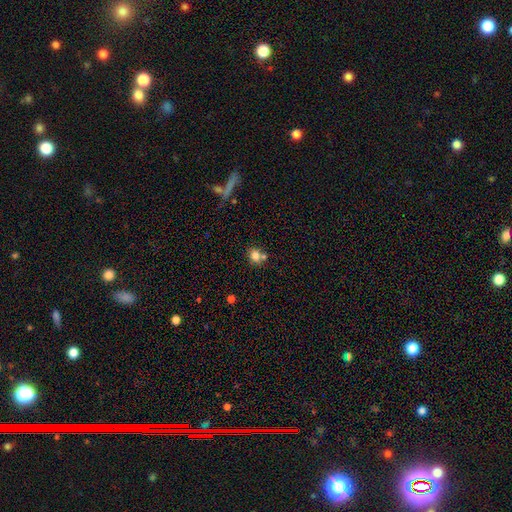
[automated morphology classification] Overall: smooth (78%). How rounded: round (71%). Merging: none (56%; merger 29%).